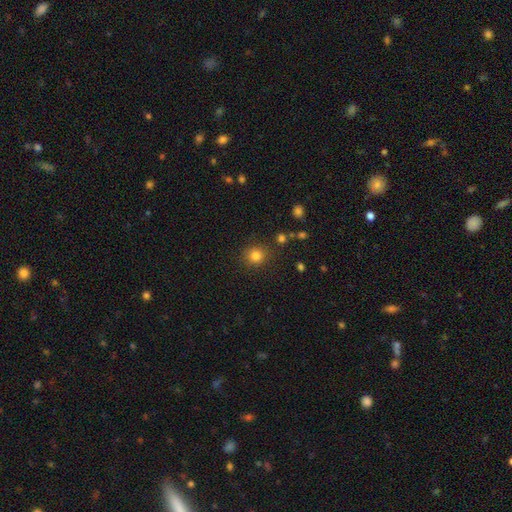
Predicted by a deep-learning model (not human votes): Smooth or featured? smooth (82%)
How rounded? round (89%)
Merging? none (86%)